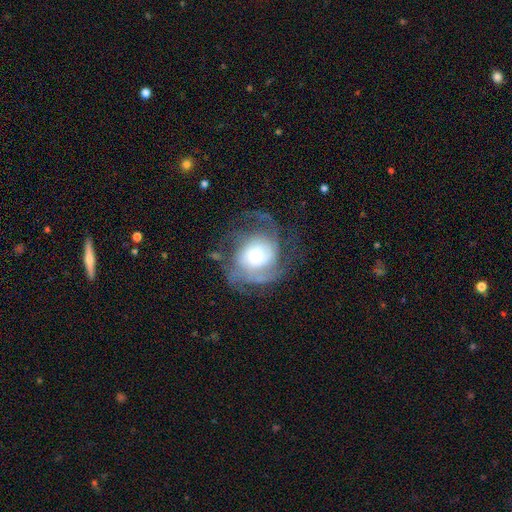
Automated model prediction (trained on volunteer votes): The model was most divided on "spiral winding": tight: 43%, medium: 38%, loose: 18%. Remaining: edge-on disk — no (97%); spiral arms — yes (89%); bar — no (76%); smooth or featured — featured or disk (75%); merging — none (53%); bulge size — small (41%); spiral arm count — can't tell (31%).